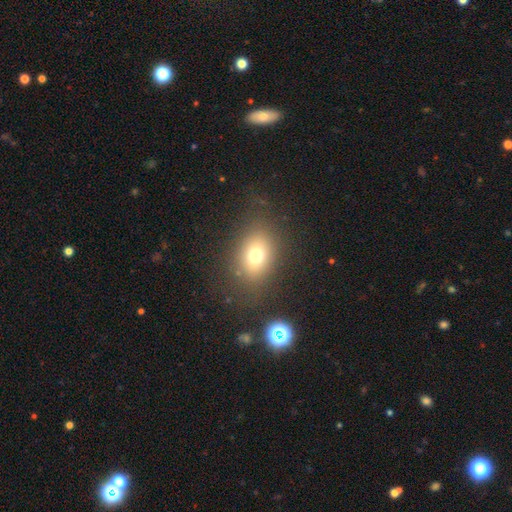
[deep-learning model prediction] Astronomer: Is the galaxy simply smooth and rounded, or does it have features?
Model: smooth — 72%.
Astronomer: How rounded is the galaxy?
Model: in between — 65%.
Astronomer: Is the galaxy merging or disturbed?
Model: none — 78%.